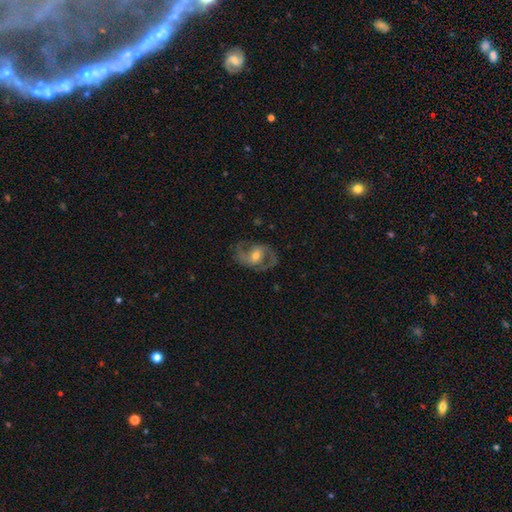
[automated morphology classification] Smooth or featured? Predicted: featured or disk (p=0.84). Edge-on disk? Predicted: no (p=0.97). Bar? Predicted: weak (p=0.45). Spiral arms? Predicted: yes (p=0.93). Spiral winding? Predicted: medium (p=0.56). Spiral arm count? Predicted: 2 (p=0.90). Bulge size? Predicted: moderate (p=0.59). Merging? Predicted: none (p=0.76).